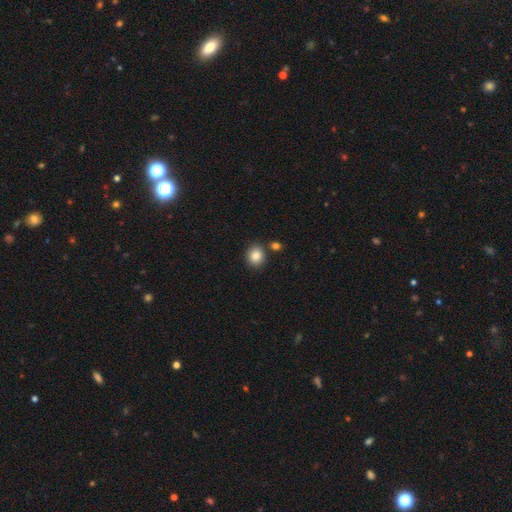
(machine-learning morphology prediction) This appears to be a smooth galaxy with no disk features (86%) that is round (75%). Merging: none (80%).